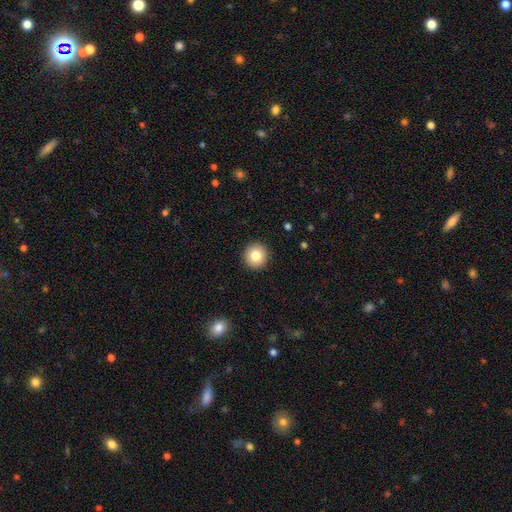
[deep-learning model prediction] Smooth or featured?
  - smooth: 81% *
  - star or artifact: 10%
  - featured or disk: 9%
How rounded?
  - round: 96% *
  - in between: 3%
  - cigar-shaped: 1%
Merging?
  - none: 93% *
  - minor disturbance: 5%
  - major disturbance: 2%
  - merger: 1%